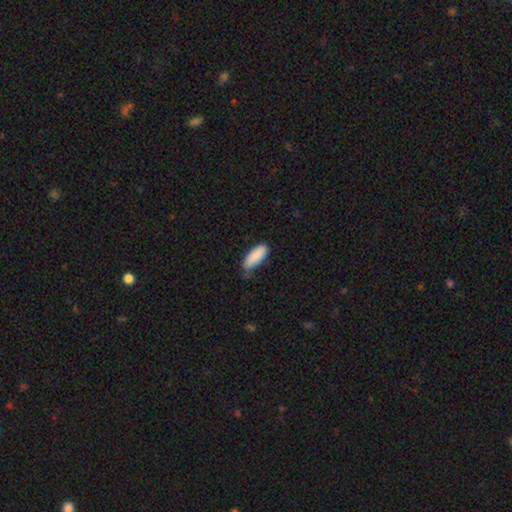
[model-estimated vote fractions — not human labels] Morphology: type=smooth (89%); roundness=in between (75%); merging=none (61%).